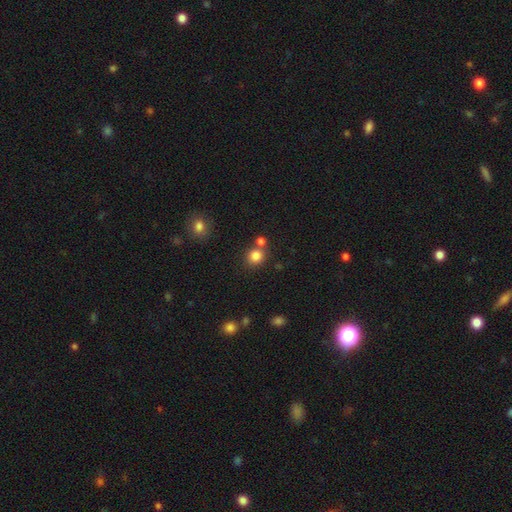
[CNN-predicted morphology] Smooth or featured? smooth (83%)
How rounded? round (85%)
Merging? none (69%)